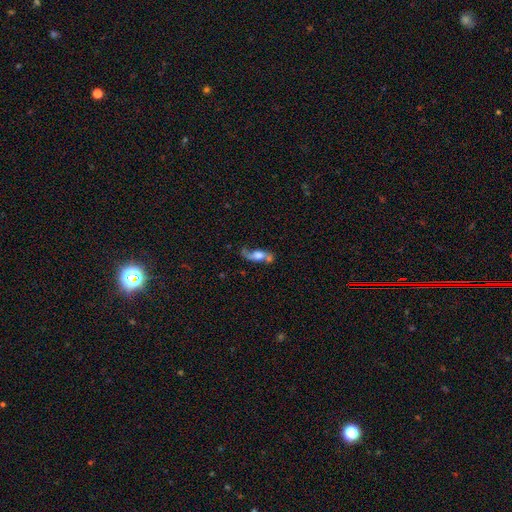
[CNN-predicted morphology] This is possibly a featured or disk galaxy (60%). It is likely not viewed edge-on (77%). Merging: marginally none (39%).